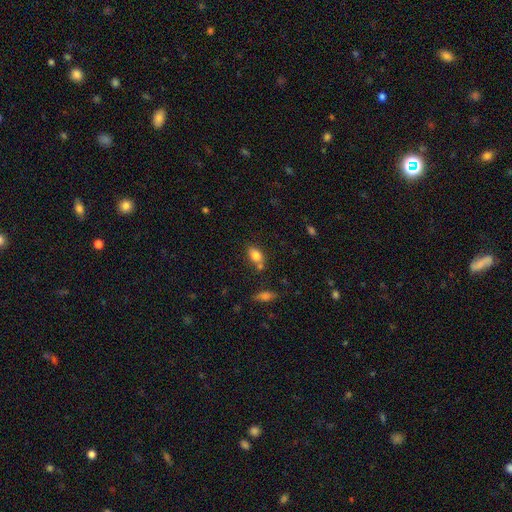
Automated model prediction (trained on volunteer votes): This appears to be a smooth galaxy with no disk features (81%) that is in between round and cigar-shaped (83%). Merging: none (60%).